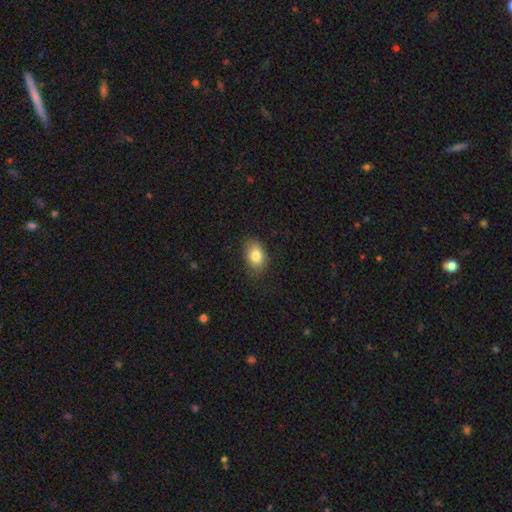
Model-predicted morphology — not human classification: This is clearly a smooth galaxy (82%). How rounded: clearly in between (84%). Merging: clearly none (81%).